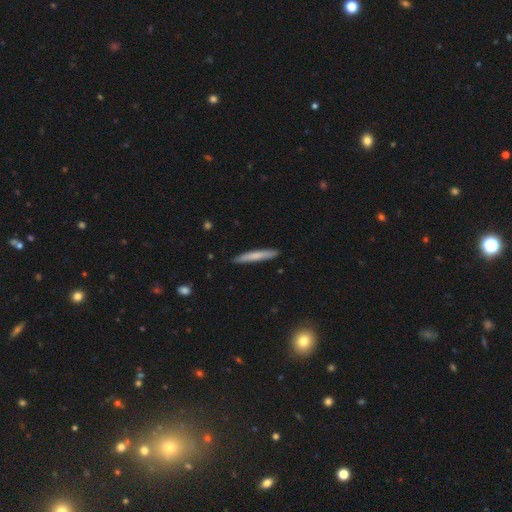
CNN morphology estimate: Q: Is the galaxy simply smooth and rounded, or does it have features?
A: smooth — 67%.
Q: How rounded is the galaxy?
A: cigar-shaped — 95%.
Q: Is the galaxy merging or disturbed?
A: none — 89%.